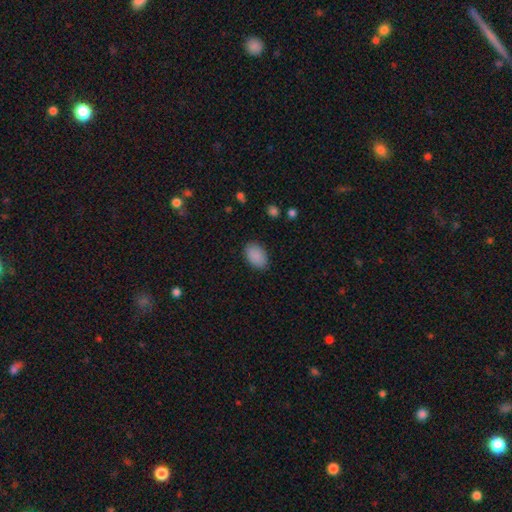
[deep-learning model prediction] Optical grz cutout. It shows a smooth galaxy with no disk features (90%) that is in between round and cigar-shaped (91%). Merging: none (87%).